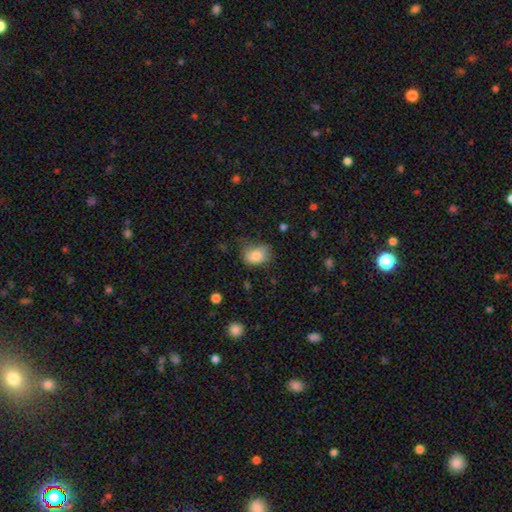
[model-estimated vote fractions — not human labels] Overall: smooth (81%). How rounded: in between (72%). Merging: none (52%; minor disturbance 33%).